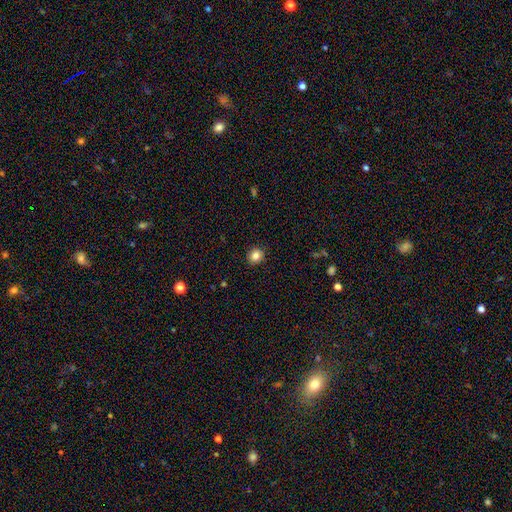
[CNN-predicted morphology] Smooth or featured? smooth (84%)
How rounded? round (86%)
Merging? none (92%)